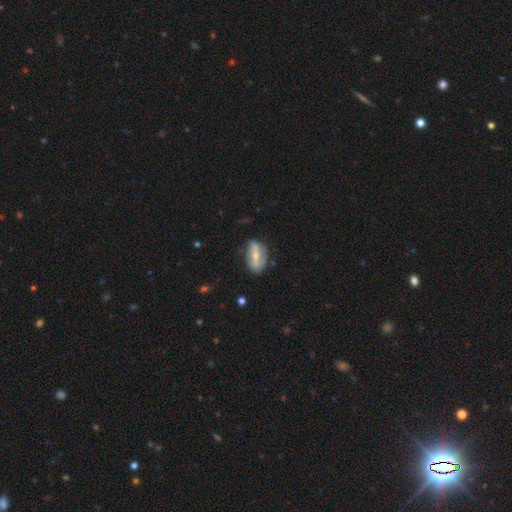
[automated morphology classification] A featured or disk galaxy (63%) with a strong bar (53%), spiral arms (69%) and a small central bulge (48%).

Vote fractions:
- Smooth or featured? featured or disk: 63% / smooth: 31% / star or artifact: 6%
- Edge-on disk? no: 88% / yes: 12%
- Bar? strong: 53% / weak: 28% / no: 20%
- Spiral arms? yes: 69% / no: 31%
- Bulge size? small: 48% / moderate: 45% / none: 4% / large: 3% / dominant: 1%
- Merging? none: 68% / minor disturbance: 22% / major disturbance: 8% / merger: 2%